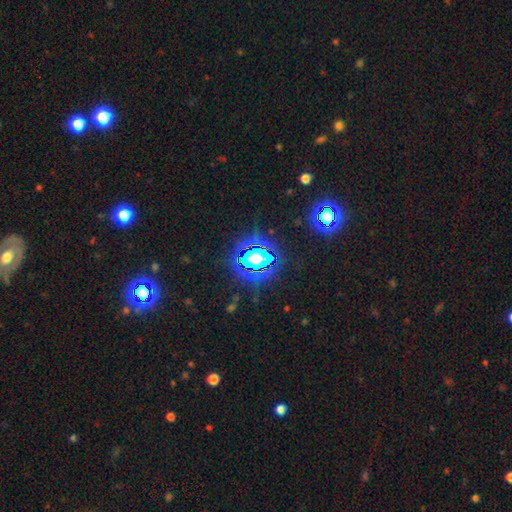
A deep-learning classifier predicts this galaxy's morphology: star or artifact 80%, smooth 12%, featured or disk 8%.